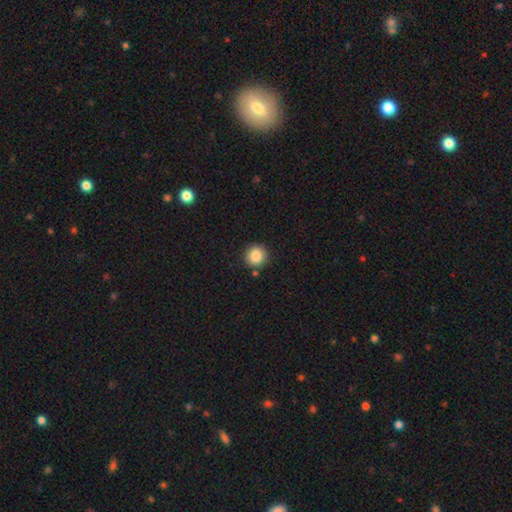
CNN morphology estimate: smooth_or_featured: smooth (p=0.86) [alt: star or artifact p=0.09]
how_rounded: round (p=0.93) [alt: in between p=0.06]
merging: none (p=0.86) [alt: minor disturbance p=0.08]